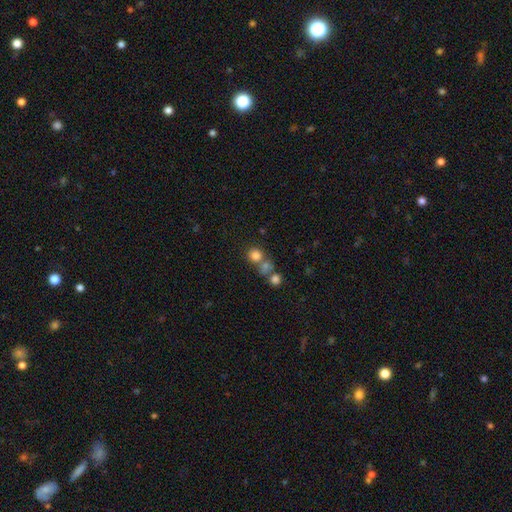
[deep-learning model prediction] Smooth or featured: smooth — 78% (star or artifact — 14%)
How rounded: round — 87% (in between — 12%)
Merging: none — 57% (merger — 32%)